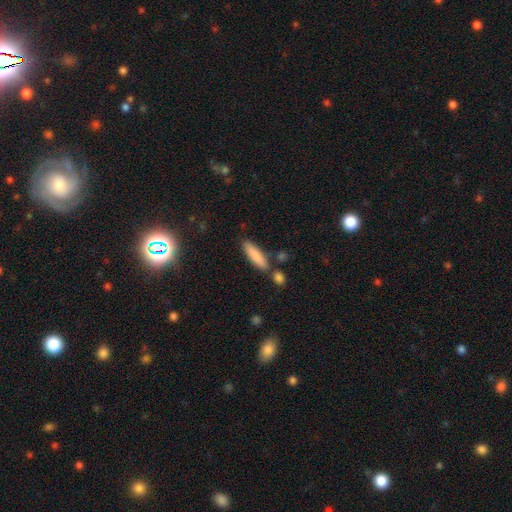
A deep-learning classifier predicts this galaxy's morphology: type=smooth (86%); roundness=cigar-shaped (66%); merging=none (77%).